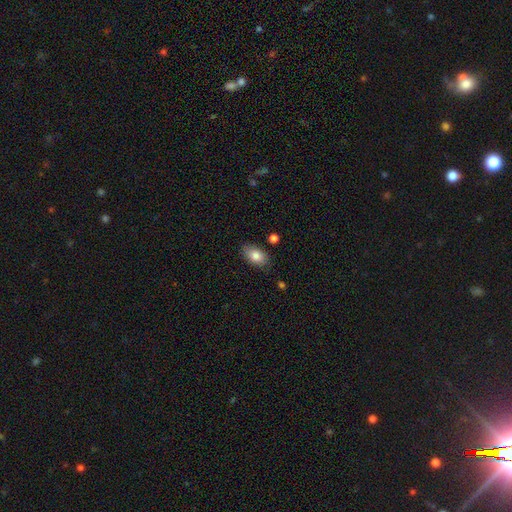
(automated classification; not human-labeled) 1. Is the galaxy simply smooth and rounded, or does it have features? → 83% smooth, 10% featured or disk, 7% star or artifact.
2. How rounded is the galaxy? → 91% in between, 7% round, 2% cigar-shaped.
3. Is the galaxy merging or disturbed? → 83% none, 12% minor disturbance, 3% major disturbance, 2% merger.